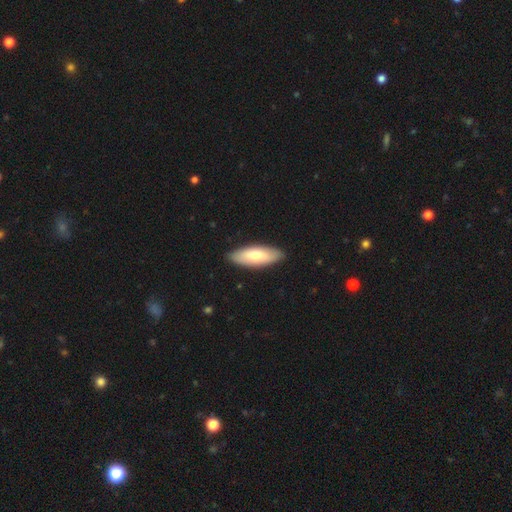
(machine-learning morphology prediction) smooth_or_featured: smooth (p=0.68) [alt: featured or disk p=0.27]
how_rounded: in between (p=0.71) [alt: cigar-shaped p=0.27]
merging: none (p=0.88) [alt: minor disturbance p=0.10]